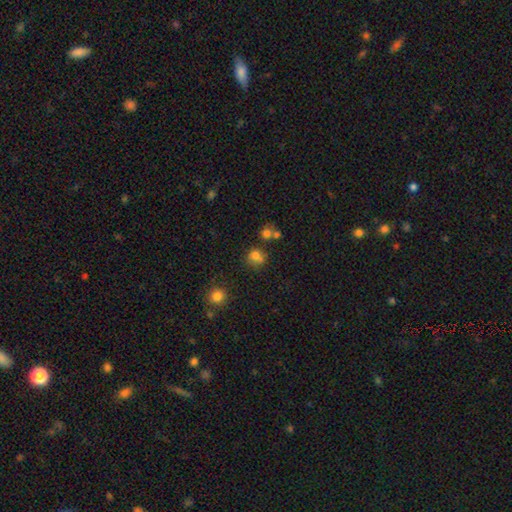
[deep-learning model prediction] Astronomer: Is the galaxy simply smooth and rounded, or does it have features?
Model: smooth — 71%.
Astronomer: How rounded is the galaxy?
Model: round — 80%.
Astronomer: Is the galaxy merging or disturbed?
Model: none — 55%.